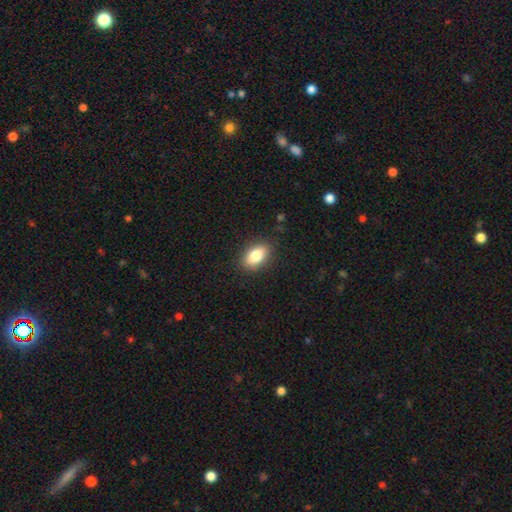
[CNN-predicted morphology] smooth 82%, featured or disk 10%, star or artifact 8%. Down the decision tree: how rounded — in between (88%); merging — none (87%).